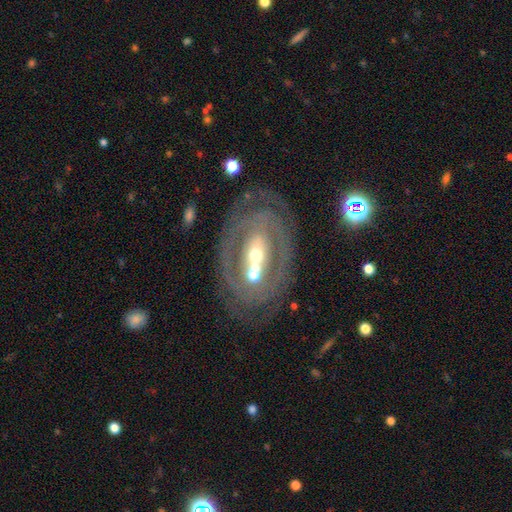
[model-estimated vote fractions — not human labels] smooth_or_featured: featured or disk (p=0.75) [alt: smooth p=0.18]
disk_edge_on: no (p=0.93) [alt: yes p=0.07]
bar: no (p=0.49) [alt: strong p=0.27]
has_spiral_arms: no (p=0.50) [tied with: yes p=0.50]
bulge_size: moderate (p=0.60) [alt: small p=0.25]
merging: none (p=0.53) [alt: minor disturbance p=0.17]